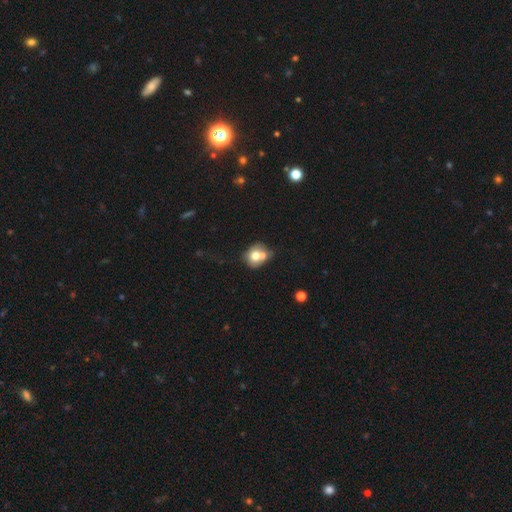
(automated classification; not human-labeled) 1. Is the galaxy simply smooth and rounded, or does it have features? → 69% smooth, 21% featured or disk, 9% star or artifact.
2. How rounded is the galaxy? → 65% round, 34% in between, 1% cigar-shaped.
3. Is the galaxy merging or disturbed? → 51% merger, 33% none, 11% minor disturbance, 5% major disturbance.